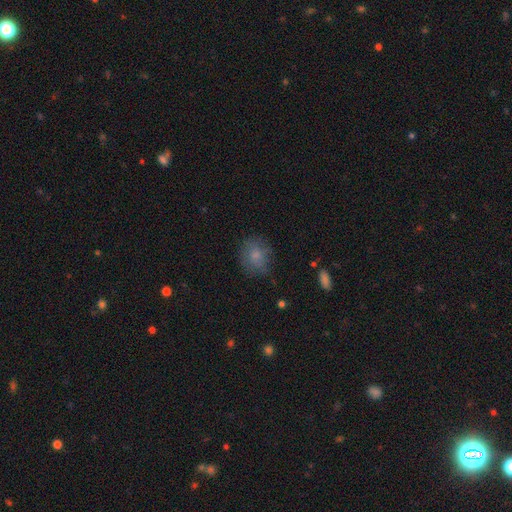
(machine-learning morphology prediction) smooth_or_featured: smooth (p=0.76) [alt: featured or disk p=0.15]
how_rounded: round (p=0.68) [alt: in between p=0.31]
merging: none (p=0.68) [alt: minor disturbance p=0.22]